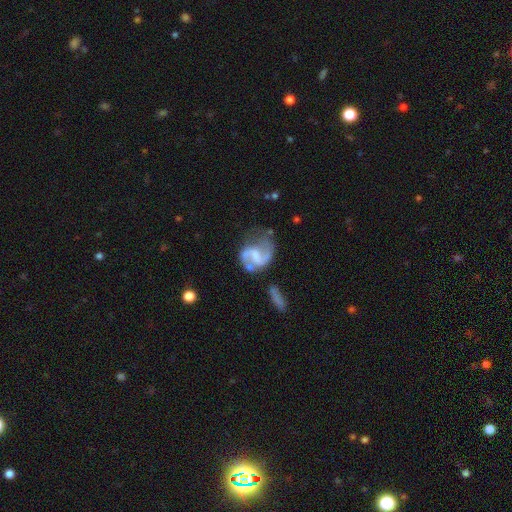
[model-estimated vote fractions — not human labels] Smooth or featured: featured or disk — 83% (smooth — 11%)
Edge-on disk: no — 98% (yes — 2%)
Bar: weak — 50% (no — 30%)
Spiral arms: yes — 93% (no — 7%)
Spiral winding: medium — 47% (loose — 42%)
Spiral arm count: 2 — 87% (can't tell — 5%)
Bulge size: small — 37% (moderate — 32%)
Merging: none — 50% (minor disturbance — 23%)